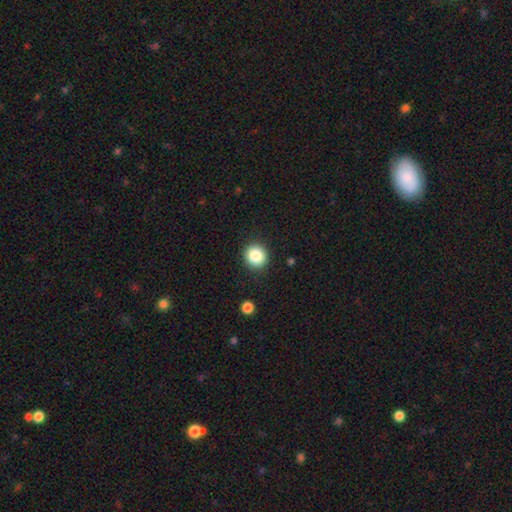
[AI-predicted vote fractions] Morphology: type=smooth (85%); roundness=round (90%); merging=none (90%).